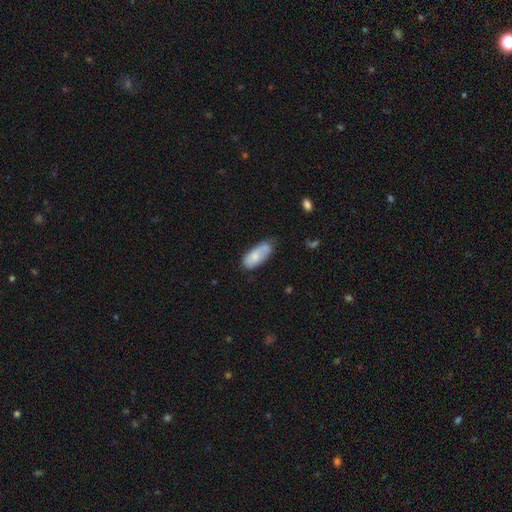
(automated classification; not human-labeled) smooth 72%, featured or disk 22%, star or artifact 6%. Down the decision tree: how rounded — in between (86%); merging — none (50%).